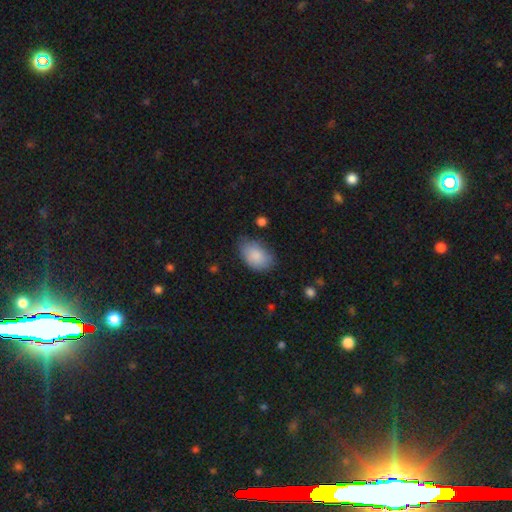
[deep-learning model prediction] A smooth galaxy with no disk features (87%) that is in between round and cigar-shaped (87%).

Vote fractions:
- Smooth or featured? smooth: 87% / star or artifact: 7% / featured or disk: 7%
- How rounded? in between: 87% / round: 11% / cigar-shaped: 1%
- Merging? none: 68% / minor disturbance: 25% / major disturbance: 6% / merger: 2%